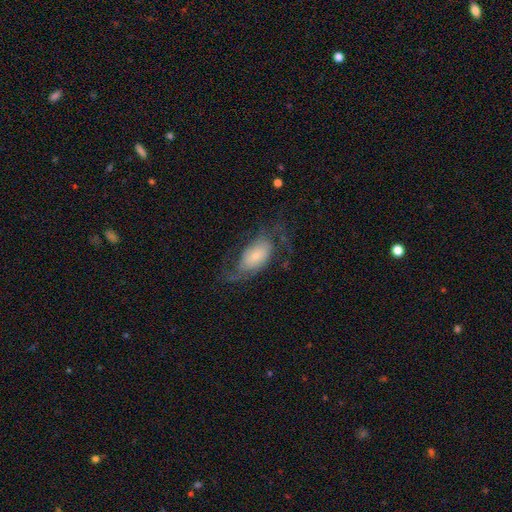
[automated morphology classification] featured or disk 63%, smooth 29%, star or artifact 8%. Down the decision tree: edge-on disk — no (94%); bar — no (63%); spiral arms — yes (86%); spiral arm count — 2 (74%); spiral winding — loose (46%); bulge size — small (57%); merging — none (51%).